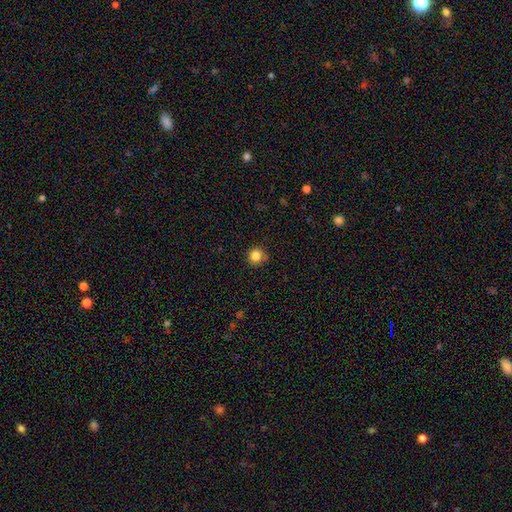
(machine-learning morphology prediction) A smooth galaxy with no disk features (84%) that is round (92%). Merging: none (81%).